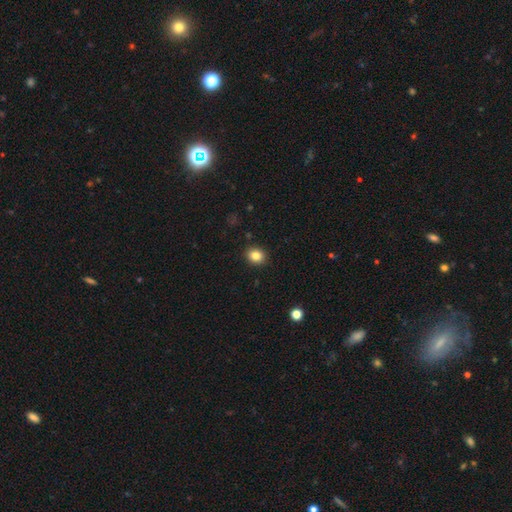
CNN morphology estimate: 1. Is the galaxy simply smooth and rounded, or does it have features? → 84% smooth, 10% star or artifact, 6% featured or disk.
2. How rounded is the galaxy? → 64% round, 35% in between, 1% cigar-shaped.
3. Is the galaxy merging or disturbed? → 90% none, 7% minor disturbance, 2% major disturbance, 1% merger.